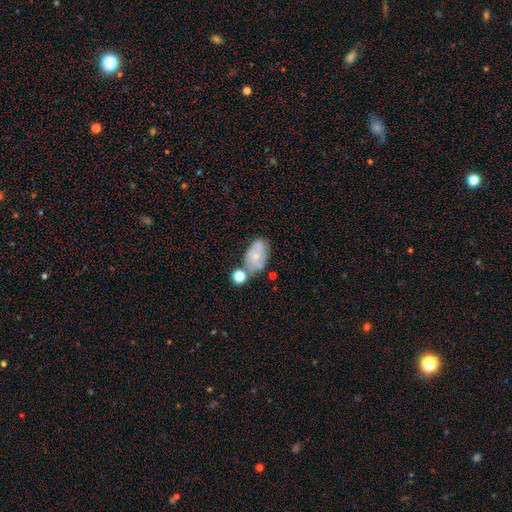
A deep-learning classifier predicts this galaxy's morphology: featured or disk 46%, smooth 45%, star or artifact 9%. Down the decision tree: merging — none (41%).